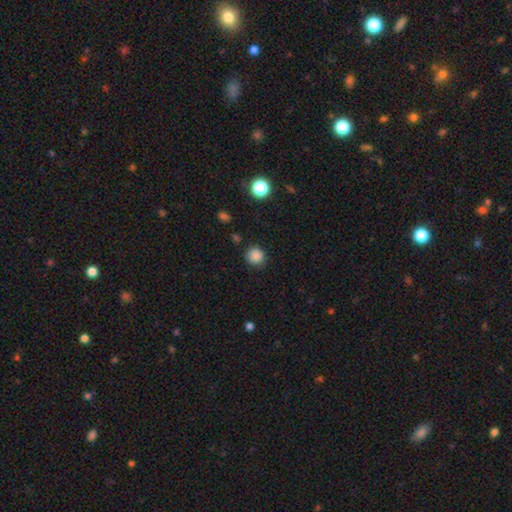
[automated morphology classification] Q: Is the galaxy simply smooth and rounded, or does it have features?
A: smooth — 86%.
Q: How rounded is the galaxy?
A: round — 91%.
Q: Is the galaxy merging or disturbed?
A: none — 85%.